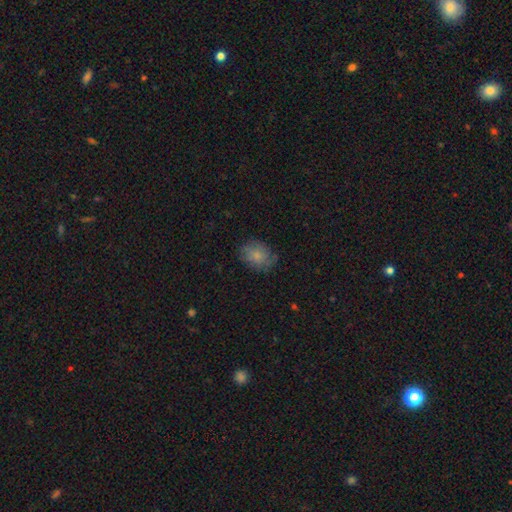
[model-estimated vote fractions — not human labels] A smooth galaxy with no disk features (77%) that is in between round and cigar-shaped (59%). Merging: none (74%).